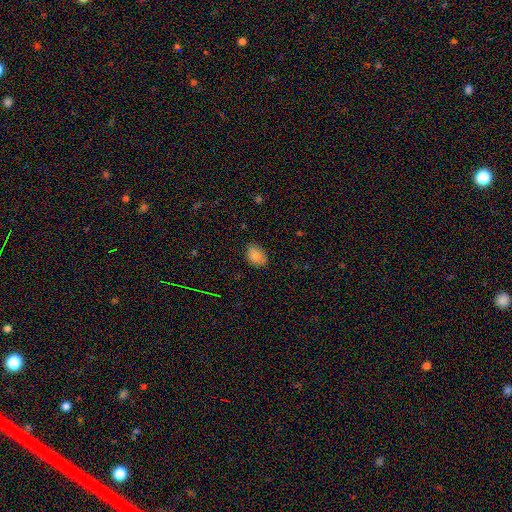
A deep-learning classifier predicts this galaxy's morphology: This appears to be a smooth galaxy with no disk features (86%) that is in between round and cigar-shaped (73%). Merging: none (80%).